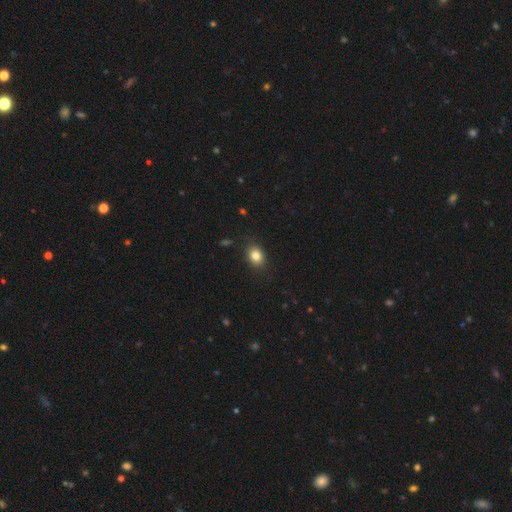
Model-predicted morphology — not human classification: Smooth or featured? smooth (83%)
How rounded? in between (60%)
Merging? none (85%)